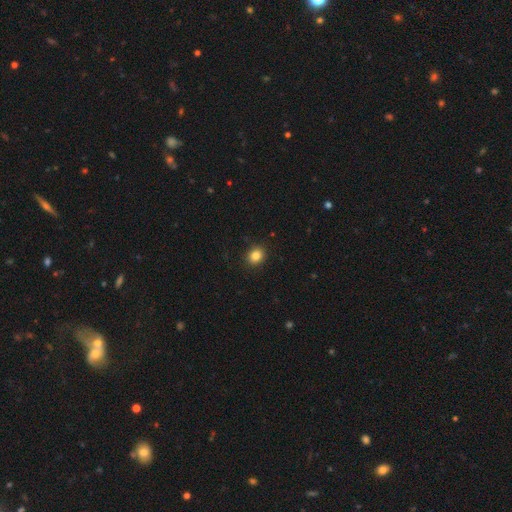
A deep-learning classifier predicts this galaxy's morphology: Smooth or featured: smooth — 84% (star or artifact — 11%)
How rounded: round — 65% (in between — 34%)
Merging: none — 90% (minor disturbance — 7%)